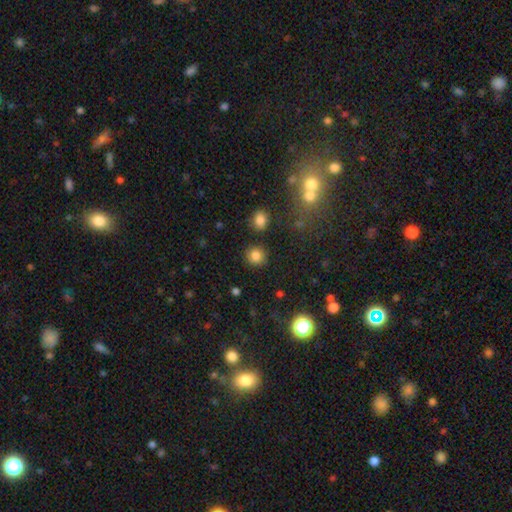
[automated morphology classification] A smooth galaxy with no disk features (83%) that is round (89%). Merging: none (88%).